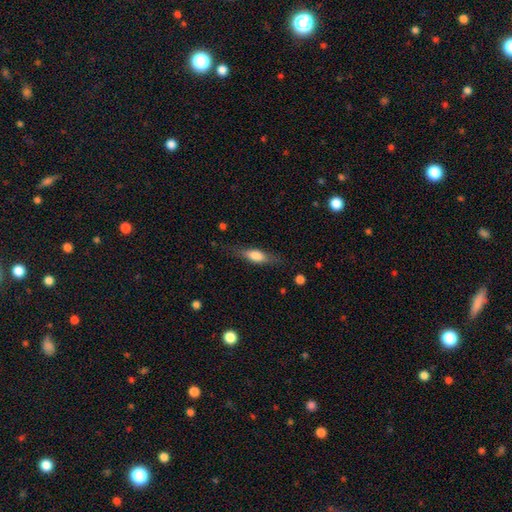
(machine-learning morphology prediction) Smooth or featured? smooth (60%)
How rounded? in between (51%)
Merging? none (76%)